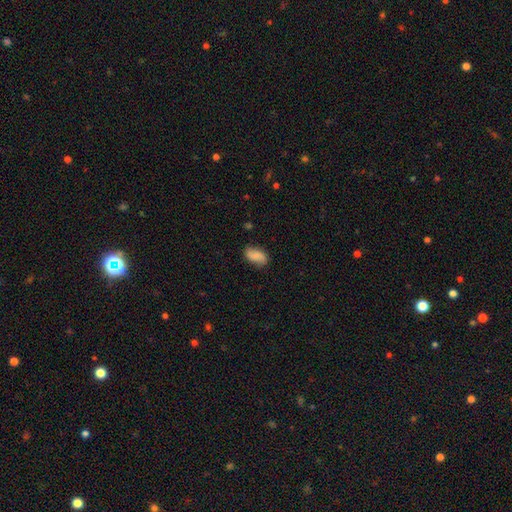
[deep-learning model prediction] This appears to be a smooth galaxy with no disk features (78%) that is in between round and cigar-shaped (92%). Merging: none (76%).